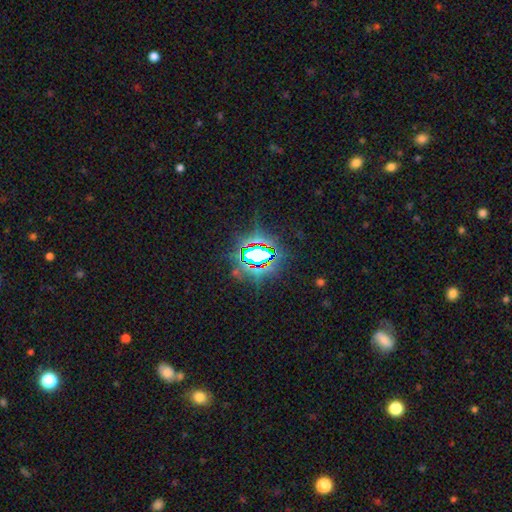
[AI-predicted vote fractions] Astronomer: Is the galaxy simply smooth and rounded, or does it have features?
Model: star or artifact — 77%.